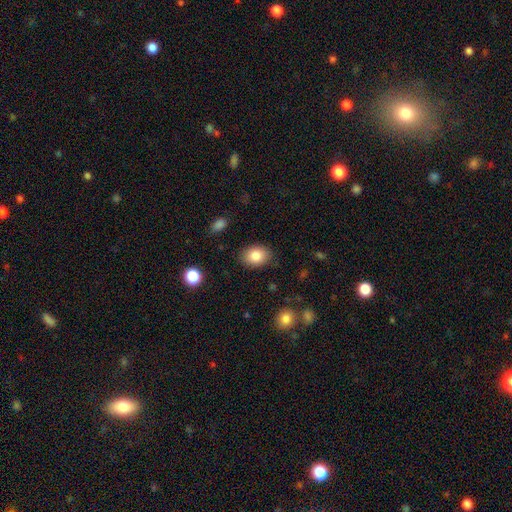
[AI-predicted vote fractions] Overall: smooth (84%). How rounded: in between (70%). Merging: none (86%).